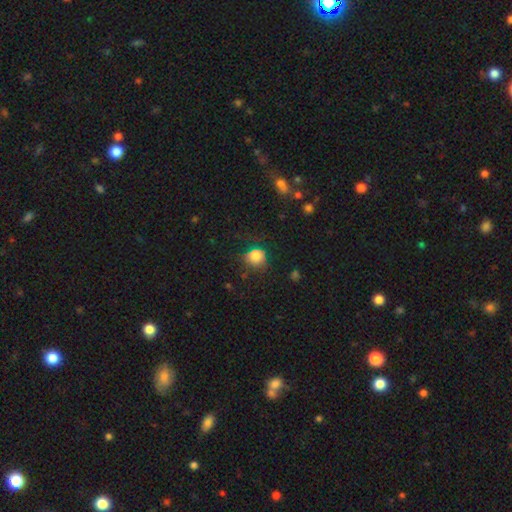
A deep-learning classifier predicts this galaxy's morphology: Smooth or featured?
  - smooth: 80% *
  - star or artifact: 12%
  - featured or disk: 8%
How rounded?
  - round: 81% *
  - in between: 18%
  - cigar-shaped: 1%
Merging?
  - none: 62% *
  - minor disturbance: 24%
  - major disturbance: 11%
  - merger: 2%